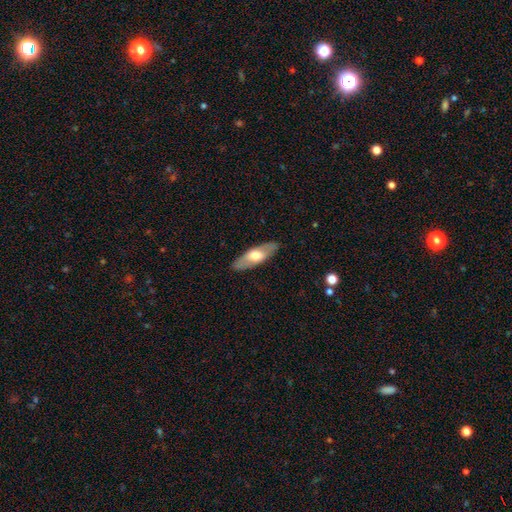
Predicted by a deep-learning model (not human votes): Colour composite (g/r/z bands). It shows a smooth galaxy with no disk features (50%) that is in between round and cigar-shaped (63%). Merging: none (87%).